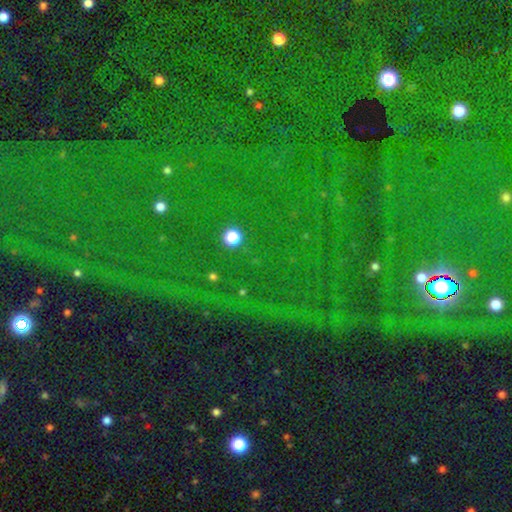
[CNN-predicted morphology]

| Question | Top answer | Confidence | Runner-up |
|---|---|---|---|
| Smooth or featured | star or artifact | 82% | smooth (10%) |